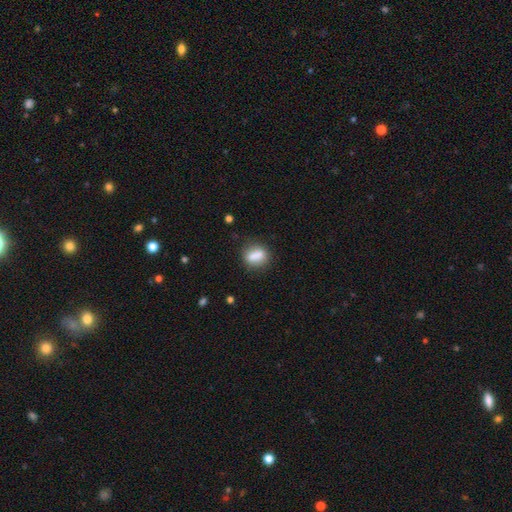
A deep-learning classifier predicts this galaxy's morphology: The model was most divided on "how rounded": in between: 55%, round: 33%, cigar-shaped: 12%. More confident: smooth or featured — smooth (78%); merging — none (75%).